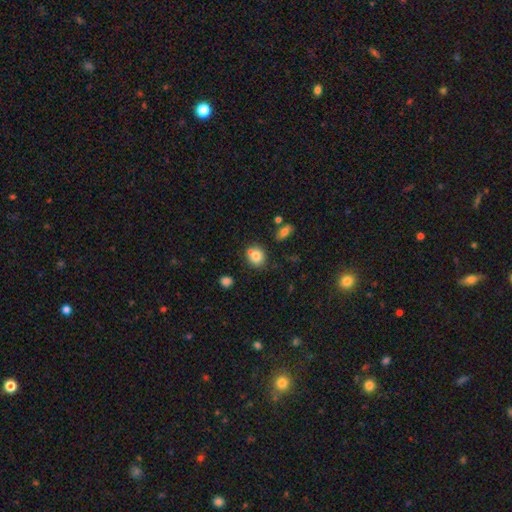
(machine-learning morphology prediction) This is likely a smooth galaxy (79%). How rounded: likely round (75%). Merging: likely none (64%).